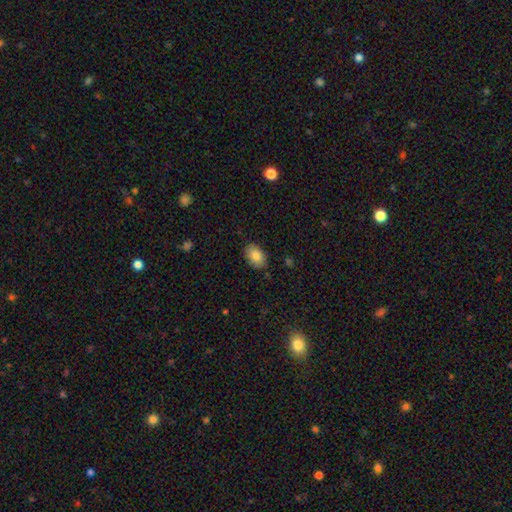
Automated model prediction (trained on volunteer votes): Smooth or featured? smooth (86%)
How rounded? in between (87%)
Merging? none (84%)